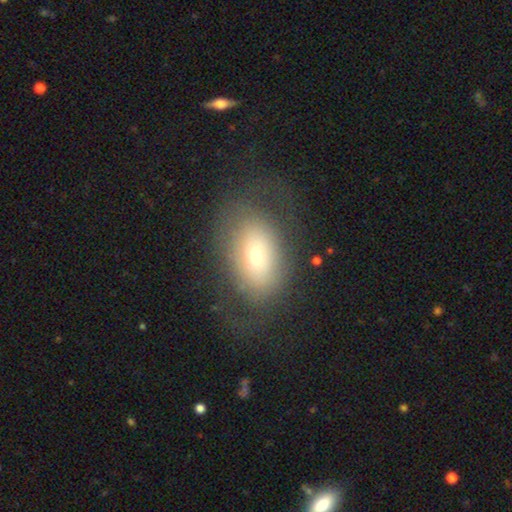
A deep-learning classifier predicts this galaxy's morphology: This appears to be a smooth galaxy with no disk features (58%) that is in between round and cigar-shaped (79%). Merging: none (62%).